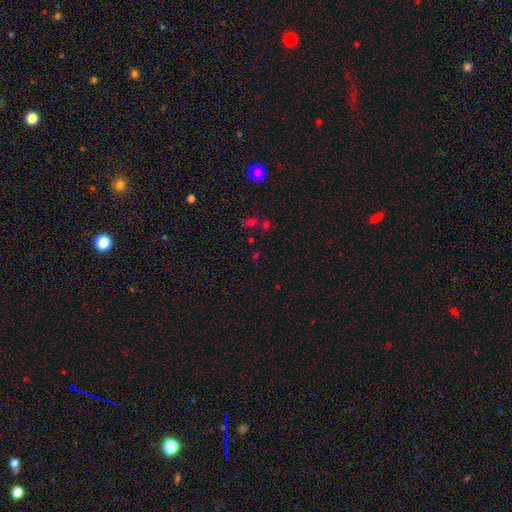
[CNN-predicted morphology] Overall: star or artifact (56%; smooth 35%).